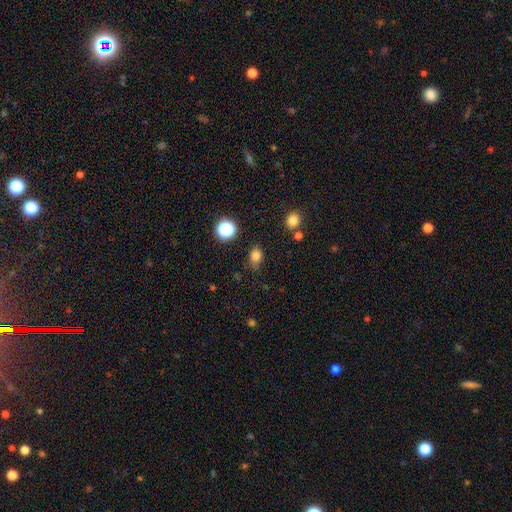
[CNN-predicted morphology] smooth-or-featured: smooth: 80% | star or artifact: 14% | featured or disk: 6%
  how-rounded: in between: 60% | round: 39% | cigar-shaped: 2%
  merging: none: 73% | minor disturbance: 19% | major disturbance: 5% | merger: 3%